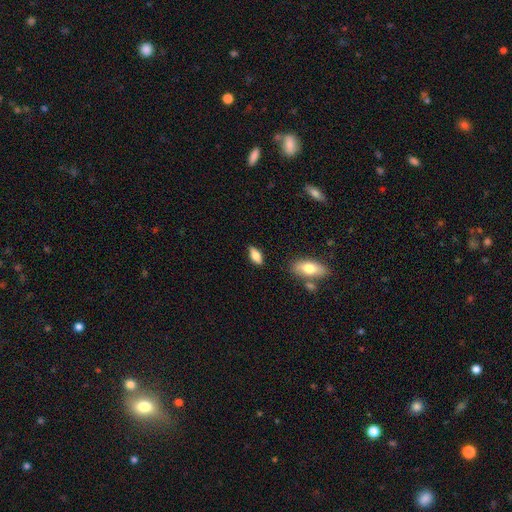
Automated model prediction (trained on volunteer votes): Smooth or featured: smooth — 70% (featured or disk — 23%)
How rounded: in between — 79% (cigar-shaped — 17%)
Merging: none — 82% (minor disturbance — 12%)